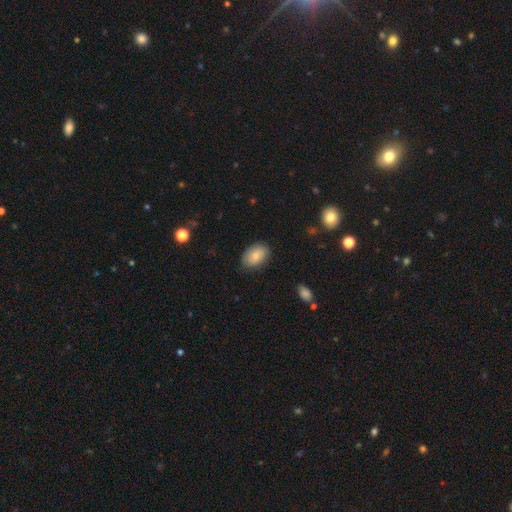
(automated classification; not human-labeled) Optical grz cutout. It shows a smooth galaxy with no disk features (83%) that is in between round and cigar-shaped (88%). Merging: none (84%).